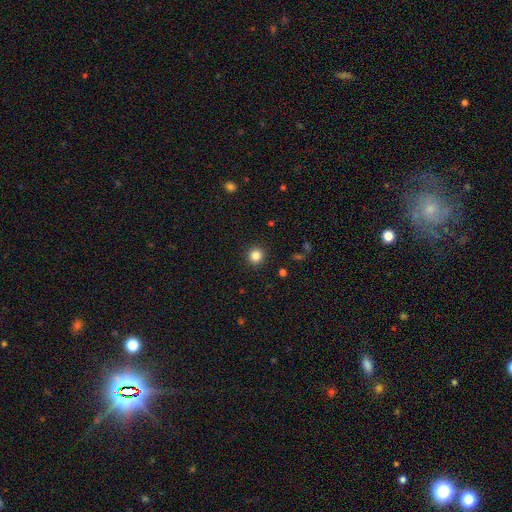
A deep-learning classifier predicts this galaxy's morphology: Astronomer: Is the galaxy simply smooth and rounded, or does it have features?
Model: smooth — 83%.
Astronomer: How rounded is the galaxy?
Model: round — 94%.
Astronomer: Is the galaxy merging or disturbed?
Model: none — 92%.